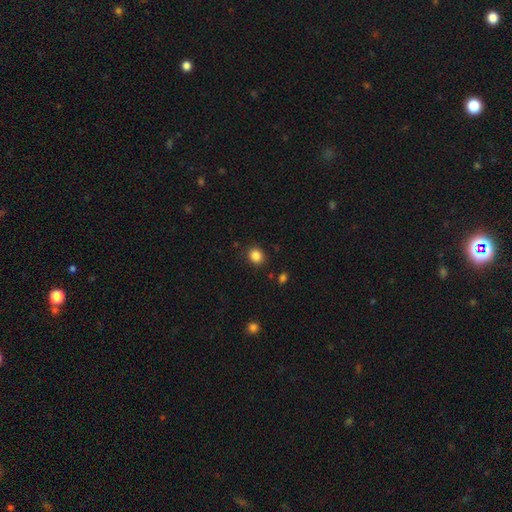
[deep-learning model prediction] Smooth or featured? Predicted: smooth (p=0.85). How rounded? Predicted: round (p=0.74). Merging? Predicted: none (p=0.87).